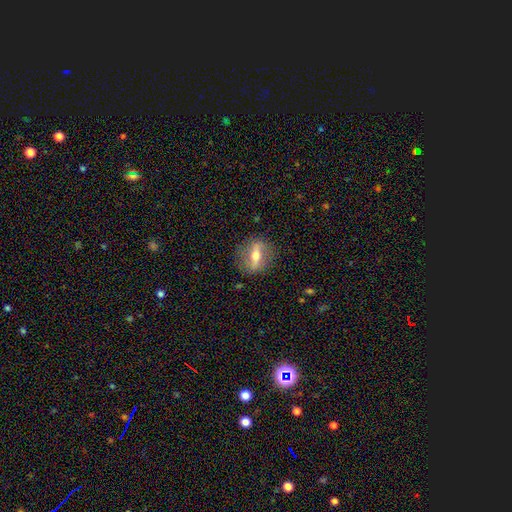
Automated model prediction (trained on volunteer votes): A featured or disk galaxy (65%). Merging: none (84%).